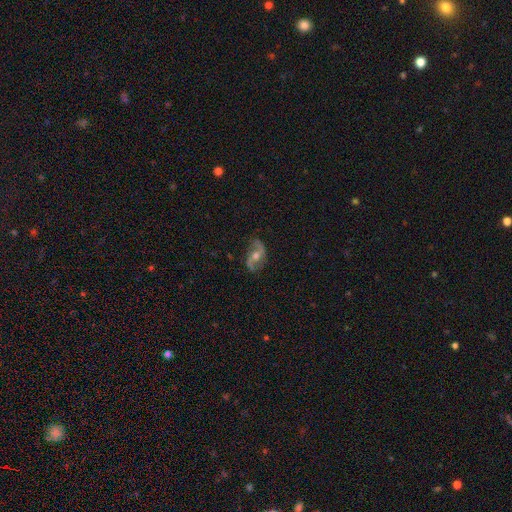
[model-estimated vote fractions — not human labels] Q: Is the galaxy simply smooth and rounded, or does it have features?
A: featured or disk — 82%.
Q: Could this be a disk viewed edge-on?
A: no — 96%.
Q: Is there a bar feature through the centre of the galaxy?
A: no — 49%.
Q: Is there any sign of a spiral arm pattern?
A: yes — 93%.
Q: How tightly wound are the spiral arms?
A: loose — 60%.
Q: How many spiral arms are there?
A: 2 — 92%.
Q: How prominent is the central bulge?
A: moderate — 69%.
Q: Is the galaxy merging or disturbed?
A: none — 79%.